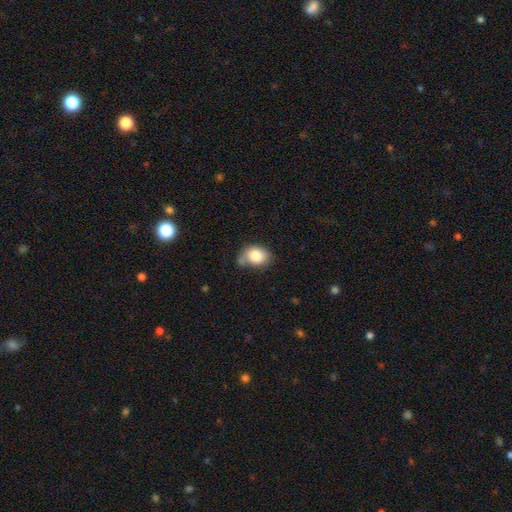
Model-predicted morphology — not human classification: type=smooth (82%); roundness=in between (70%); merging=none (49%).